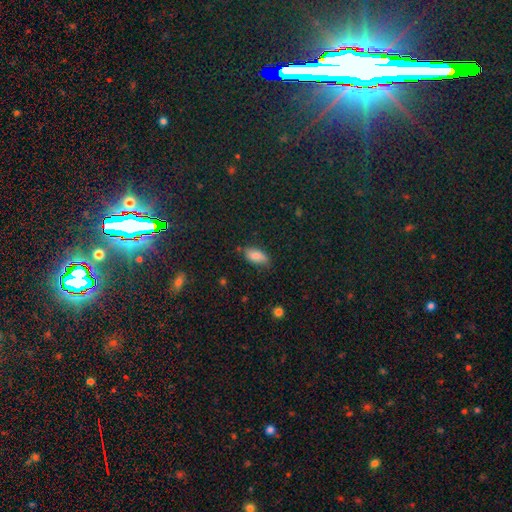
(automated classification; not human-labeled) smooth 78%, featured or disk 12%, star or artifact 10%. Down the decision tree: how rounded — in between (89%); merging — none (68%).